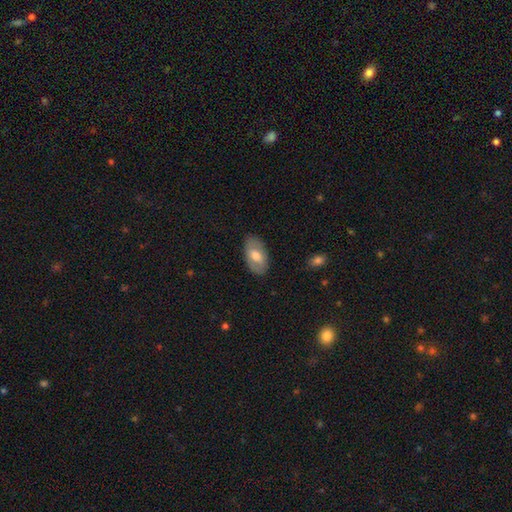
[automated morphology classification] The model was most divided on "smooth or featured": smooth: 62%, featured or disk: 32%, star or artifact: 6%. More confident: how rounded — in between (93%); merging — none (83%).